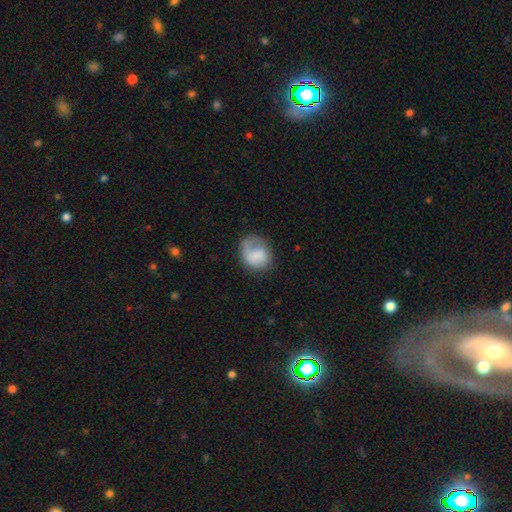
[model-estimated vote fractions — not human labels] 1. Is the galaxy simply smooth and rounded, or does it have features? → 61% smooth, 31% featured or disk, 7% star or artifact.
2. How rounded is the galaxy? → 63% round, 37% in between, 1% cigar-shaped.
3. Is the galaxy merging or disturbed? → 49% none, 25% major disturbance, 23% minor disturbance, 3% merger.